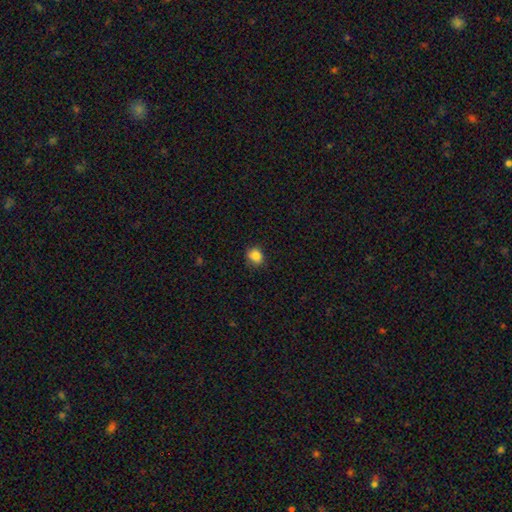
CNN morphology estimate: Overall: smooth (85%). How rounded: round (67%; in between 32%). Merging: none (80%).